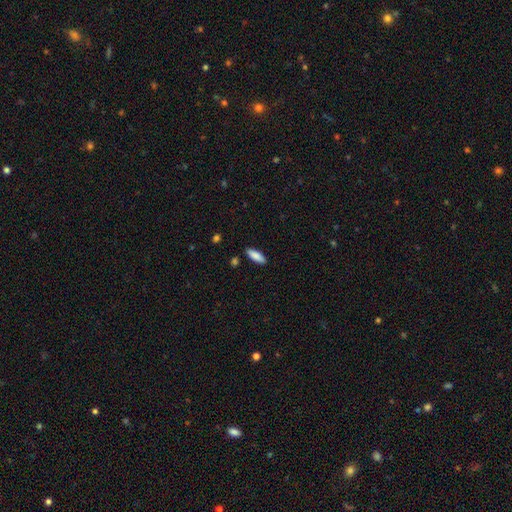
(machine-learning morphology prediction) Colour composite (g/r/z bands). It shows a smooth galaxy with no disk features (87%) that is in between round and cigar-shaped (63%). Merging: none (88%).